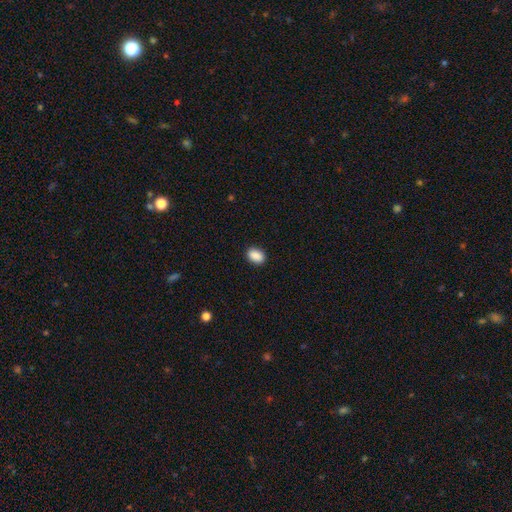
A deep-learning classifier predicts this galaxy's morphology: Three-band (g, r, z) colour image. It shows a smooth galaxy with no disk features (90%) that is in between round and cigar-shaped (82%). Merging: none (90%).